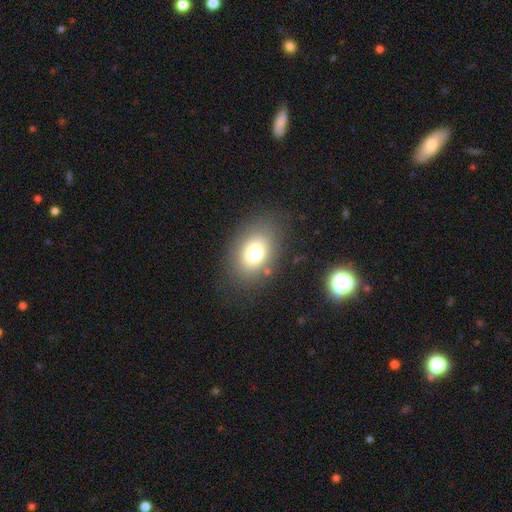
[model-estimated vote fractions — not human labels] This is likely a smooth galaxy (74%). How rounded: likely in between (76%). Merging: clearly none (81%).